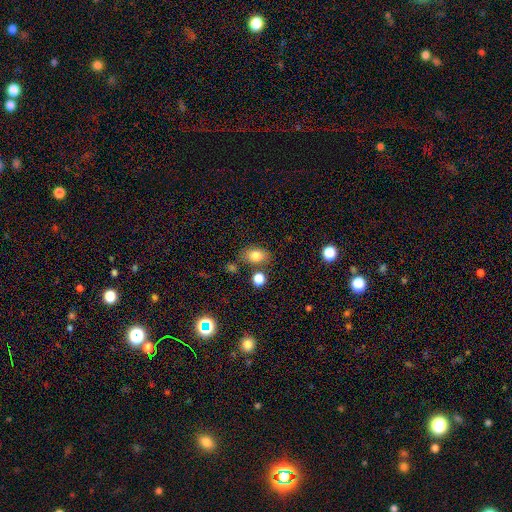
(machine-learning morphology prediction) A smooth galaxy with no disk features (80%) that is in between round and cigar-shaped (74%).

Vote fractions:
- Smooth or featured? smooth: 80% / star or artifact: 10% / featured or disk: 10%
- How rounded? in between: 74% / round: 24% / cigar-shaped: 1%
- Merging? none: 72% / minor disturbance: 15% / merger: 9% / major disturbance: 5%